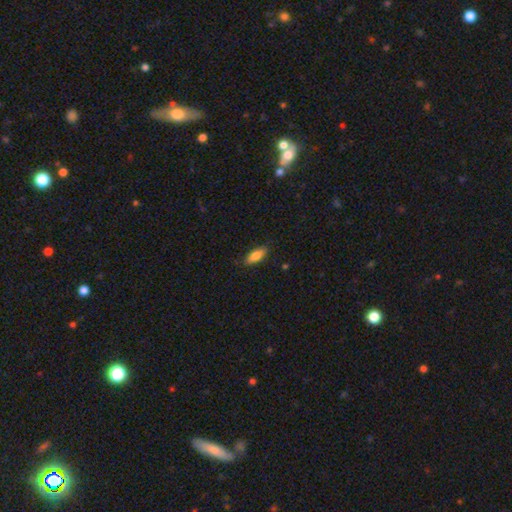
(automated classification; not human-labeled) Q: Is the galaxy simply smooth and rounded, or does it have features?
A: smooth — 79%.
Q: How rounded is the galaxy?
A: in between — 63%.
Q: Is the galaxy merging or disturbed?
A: none — 85%.